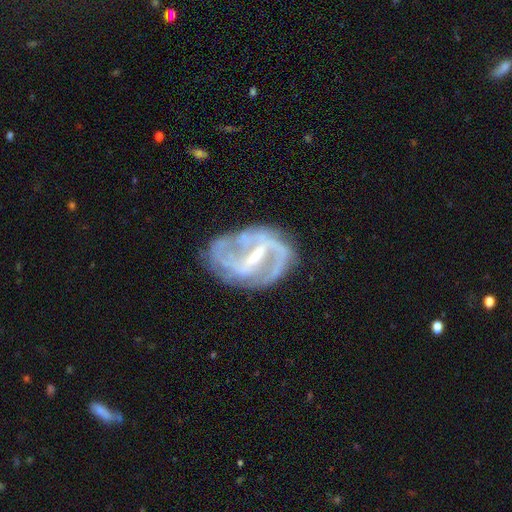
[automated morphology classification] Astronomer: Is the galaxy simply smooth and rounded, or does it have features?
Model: featured or disk — 86%.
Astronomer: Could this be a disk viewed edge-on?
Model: no — 97%.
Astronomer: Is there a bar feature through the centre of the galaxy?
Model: strong — 58% (runner-up: weak, 34%).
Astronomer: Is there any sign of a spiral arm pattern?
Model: yes — 88%.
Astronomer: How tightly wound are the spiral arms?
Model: medium — 43% (runner-up: loose, 31%).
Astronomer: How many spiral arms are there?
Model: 2 — 64%.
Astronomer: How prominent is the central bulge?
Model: small — 45% (runner-up: moderate, 41%).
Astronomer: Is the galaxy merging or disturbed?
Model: none — 62%.